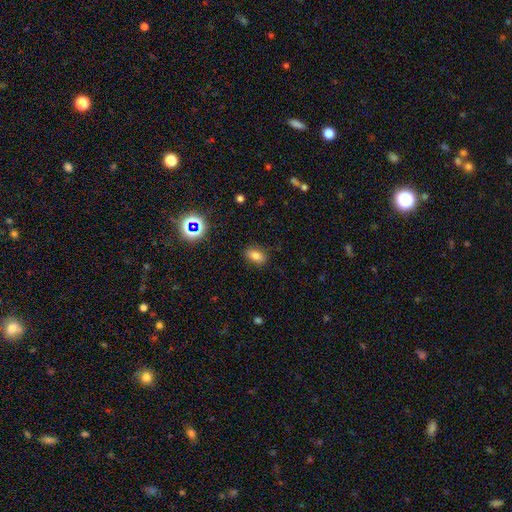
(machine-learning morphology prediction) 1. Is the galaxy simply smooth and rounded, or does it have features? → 78% smooth, 14% star or artifact, 8% featured or disk.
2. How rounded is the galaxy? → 84% in between, 13% round, 3% cigar-shaped.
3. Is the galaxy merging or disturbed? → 84% none, 11% minor disturbance, 3% major disturbance, 1% merger.